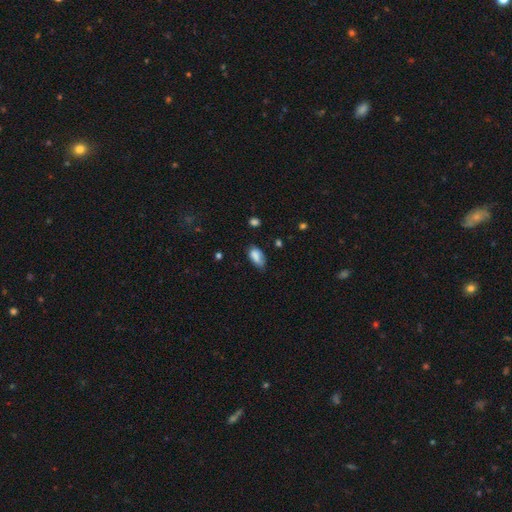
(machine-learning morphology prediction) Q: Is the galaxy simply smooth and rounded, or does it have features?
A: smooth — 78%.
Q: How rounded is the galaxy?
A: in between — 91%.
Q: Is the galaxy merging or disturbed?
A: none — 48%.